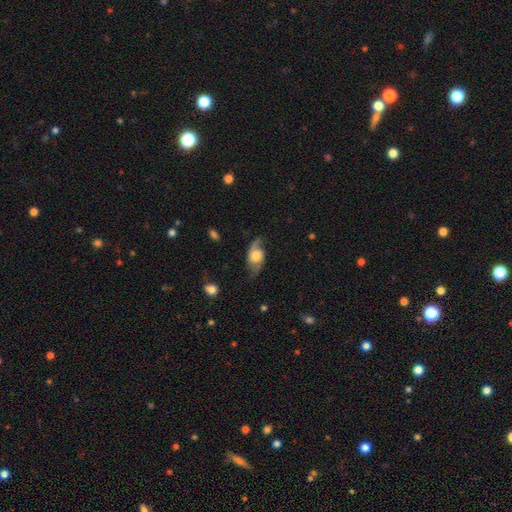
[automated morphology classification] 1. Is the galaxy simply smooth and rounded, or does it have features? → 71% featured or disk, 23% smooth, 7% star or artifact.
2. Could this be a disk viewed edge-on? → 90% no, 10% yes.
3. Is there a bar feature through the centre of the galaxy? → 70% no, 25% weak, 5% strong.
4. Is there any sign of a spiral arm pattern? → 89% yes, 11% no.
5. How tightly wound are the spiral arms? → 60% loose, 31% medium, 10% tight.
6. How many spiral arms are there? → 87% 2, 6% 1, 4% can't tell, 1% 3, 1% 4, 1% more than 4.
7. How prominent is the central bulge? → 41% moderate, 40% large, 10% small, 5% dominant, 4% none.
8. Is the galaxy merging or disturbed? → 66% none, 22% minor disturbance, 10% major disturbance, 2% merger.